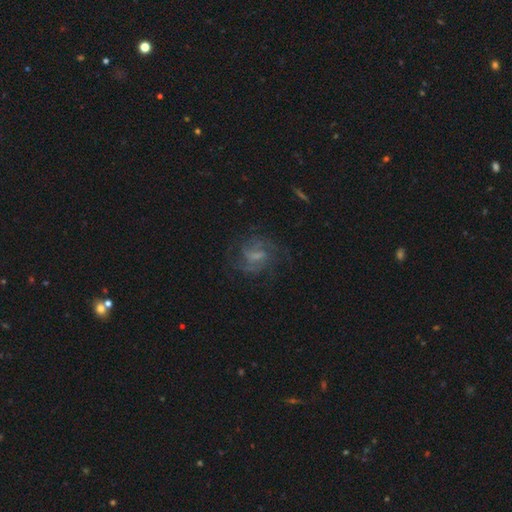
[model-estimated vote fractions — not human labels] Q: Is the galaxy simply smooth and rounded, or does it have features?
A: featured or disk — 72%.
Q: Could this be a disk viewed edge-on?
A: no — 97%.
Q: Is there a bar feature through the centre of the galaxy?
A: weak — 55%.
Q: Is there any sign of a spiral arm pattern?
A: yes — 89%.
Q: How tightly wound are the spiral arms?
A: medium — 48%.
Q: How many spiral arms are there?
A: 2 — 36%.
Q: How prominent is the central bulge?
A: small — 41%.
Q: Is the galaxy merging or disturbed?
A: none — 65%.